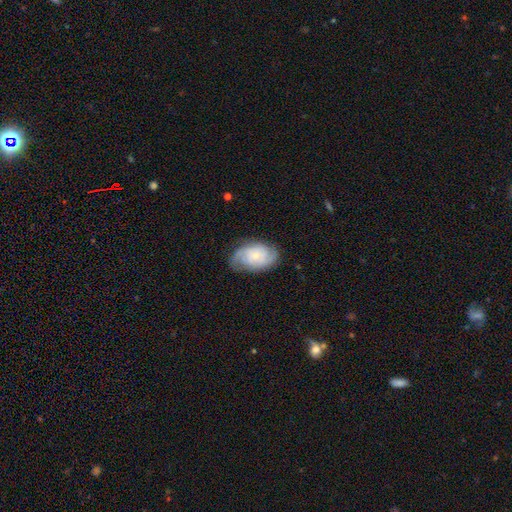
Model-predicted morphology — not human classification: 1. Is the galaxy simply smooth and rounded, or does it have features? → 69% featured or disk, 24% smooth, 6% star or artifact.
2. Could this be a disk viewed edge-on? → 96% no, 4% yes.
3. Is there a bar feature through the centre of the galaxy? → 75% no, 21% weak, 4% strong.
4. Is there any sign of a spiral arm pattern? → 91% yes, 9% no.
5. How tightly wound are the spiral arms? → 50% tight, 37% medium, 13% loose.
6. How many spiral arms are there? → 46% 2, 27% can't tell, 15% 3, 5% 4, 4% 1, 3% more than 4.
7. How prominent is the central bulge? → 69% small, 26% moderate, 2% none, 2% large, 1% dominant.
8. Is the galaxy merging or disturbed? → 73% none, 19% minor disturbance, 7% major disturbance, 1% merger.